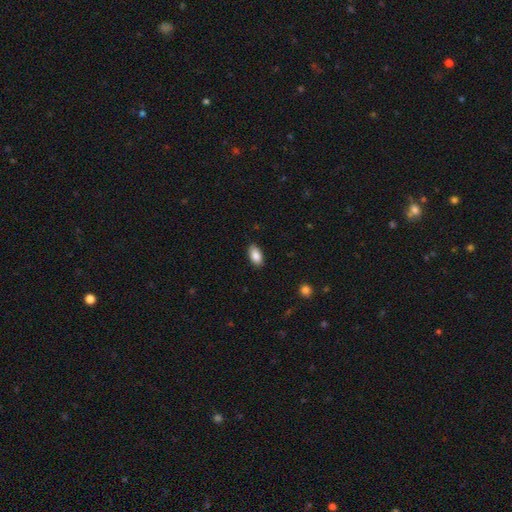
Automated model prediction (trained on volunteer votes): smooth_or_featured: smooth (p=0.88) [alt: star or artifact p=0.07]
how_rounded: in between (p=0.93) [alt: cigar-shaped p=0.04]
merging: none (p=0.87) [alt: minor disturbance p=0.10]